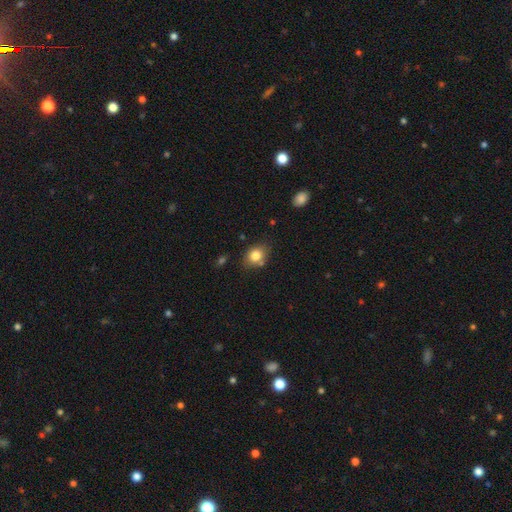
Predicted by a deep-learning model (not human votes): smooth-or-featured: smooth: 81% | star or artifact: 10% | featured or disk: 9%
  how-rounded: in between: 52% | round: 47% | cigar-shaped: 1%
  merging: none: 71% | minor disturbance: 17% | merger: 8% | major disturbance: 4%